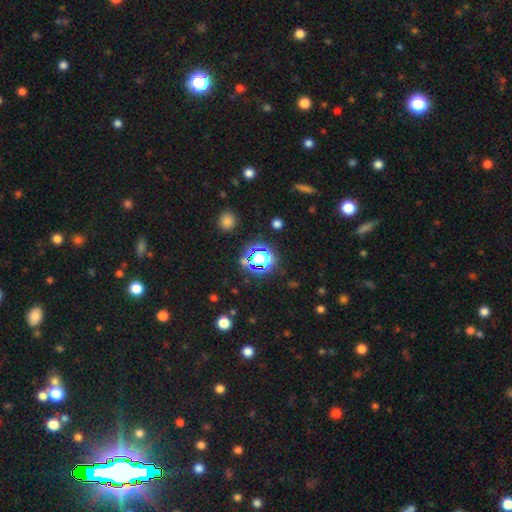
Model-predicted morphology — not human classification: This appears to be a star or artifact, not a galaxy (63%).